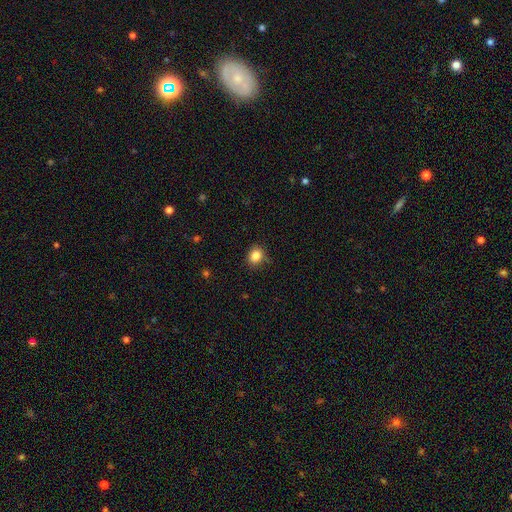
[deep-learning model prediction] A smooth galaxy with no disk features (84%) that is round (66%). Merging: none (81%).